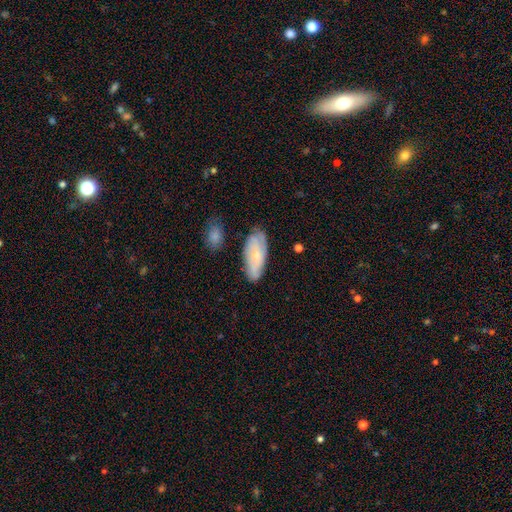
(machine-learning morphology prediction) Smooth or featured? smooth (48%)
Merging? none (70%)